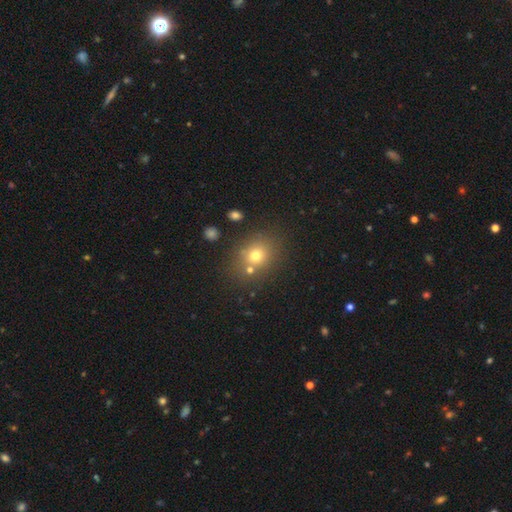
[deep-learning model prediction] This is likely a smooth galaxy (71%). How rounded: likely round (67%). Merging: likely none (71%).